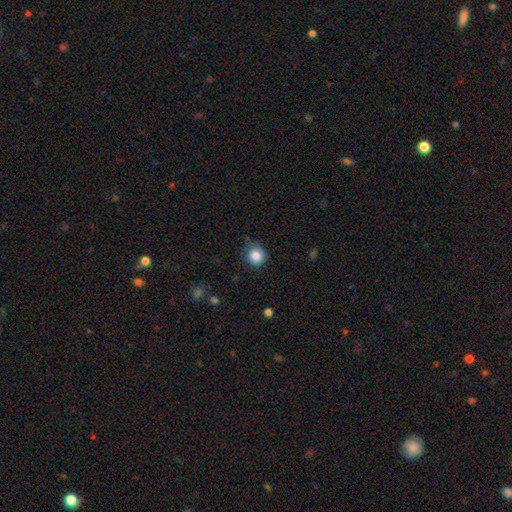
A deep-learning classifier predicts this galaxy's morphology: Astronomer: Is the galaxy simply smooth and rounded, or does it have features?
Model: smooth — 86%.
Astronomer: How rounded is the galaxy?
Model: round — 90%.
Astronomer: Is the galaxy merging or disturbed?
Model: none — 77%.